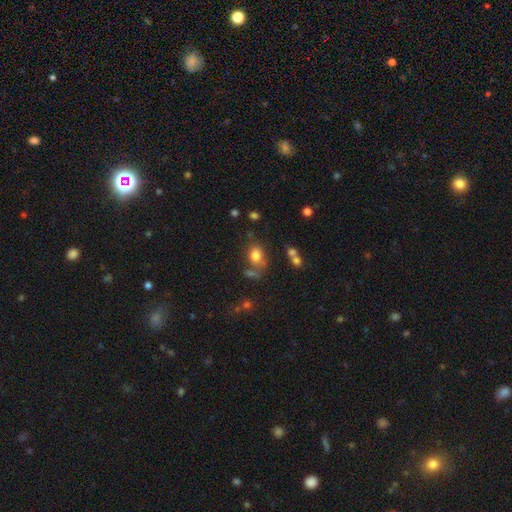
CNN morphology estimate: A smooth galaxy with no disk features (78%) that is in between round and cigar-shaped (62%).

Vote fractions:
- Smooth or featured? smooth: 78% / star or artifact: 12% / featured or disk: 10%
- How rounded? in between: 62% / round: 37% / cigar-shaped: 1%
- Merging? none: 58% / minor disturbance: 18% / merger: 16% / major disturbance: 8%